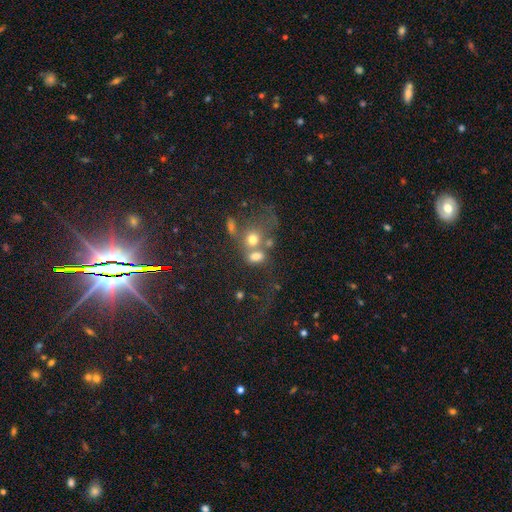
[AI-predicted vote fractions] The model was most divided on "how rounded": round: 50%, in between: 48%, cigar-shaped: 2%. More confident: merging — merger (58%); smooth or featured — smooth (58%).